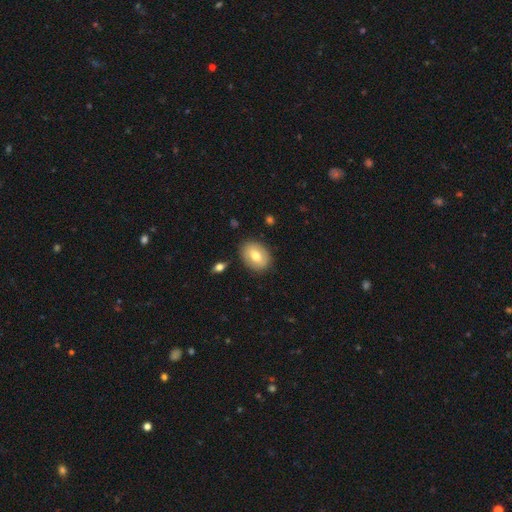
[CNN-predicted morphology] This appears to be a smooth galaxy with no disk features (69%) that is in between round and cigar-shaped (71%). Merging: none (86%).